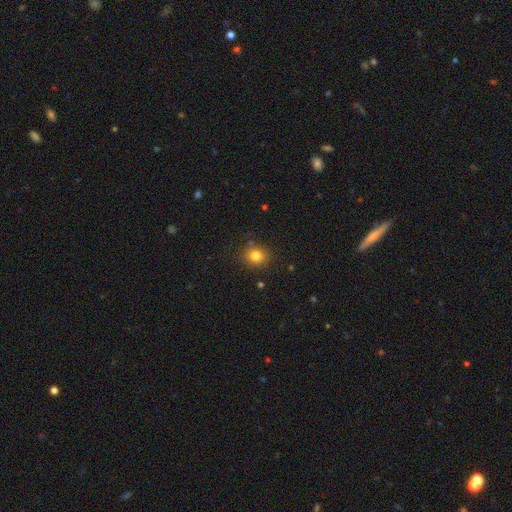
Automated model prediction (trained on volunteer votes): smooth-or-featured: smooth: 81% | star or artifact: 13% | featured or disk: 6%
  how-rounded: round: 75% | in between: 24% | cigar-shaped: 1%
  merging: none: 84% | minor disturbance: 10% | major disturbance: 3% | merger: 3%